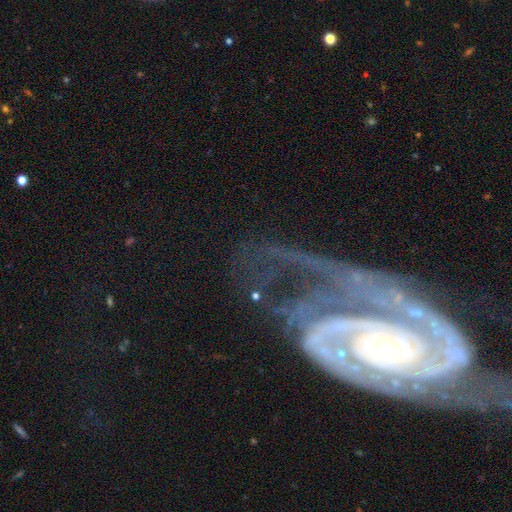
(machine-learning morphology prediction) Overall: featured or disk (76%). Edge-on disk: no (91%). Bar: no (49%; weak 27%). Spiral arms: yes (84%). Spiral arm count: 2 (51%; can't tell 20%). Spiral winding: tight (47%; medium 35%). Bulge size: small (59%; moderate 26%). Merging: none (46%; major disturbance 27%).